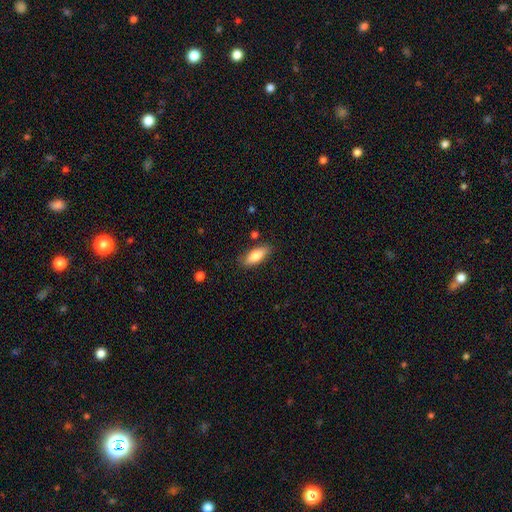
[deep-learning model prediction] smooth-or-featured: smooth: 79% | featured or disk: 14% | star or artifact: 6%
  how-rounded: in between: 76% | cigar-shaped: 22% | round: 2%
  merging: none: 82% | minor disturbance: 13% | major disturbance: 3% | merger: 2%